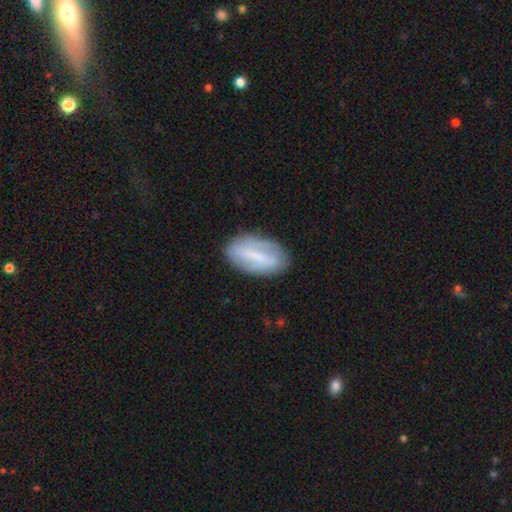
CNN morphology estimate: smooth-or-featured: featured or disk: 47% | smooth: 46% | star or artifact: 7%
  merging: none: 79% | minor disturbance: 15% | major disturbance: 4% | merger: 2%